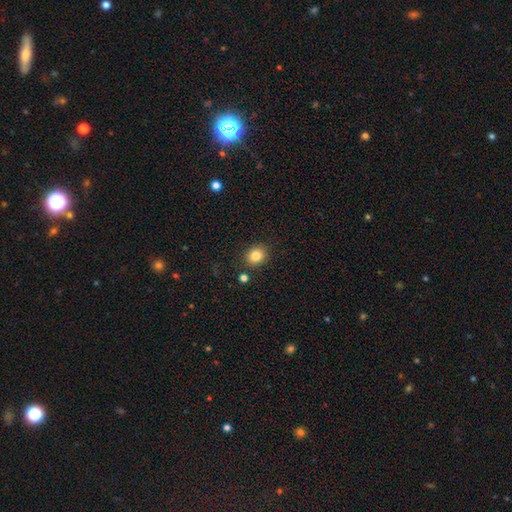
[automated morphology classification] smooth_or_featured: smooth (p=0.83) [alt: star or artifact p=0.11]
how_rounded: round (p=0.72) [alt: in between p=0.27]
merging: none (p=0.87) [alt: minor disturbance p=0.08]